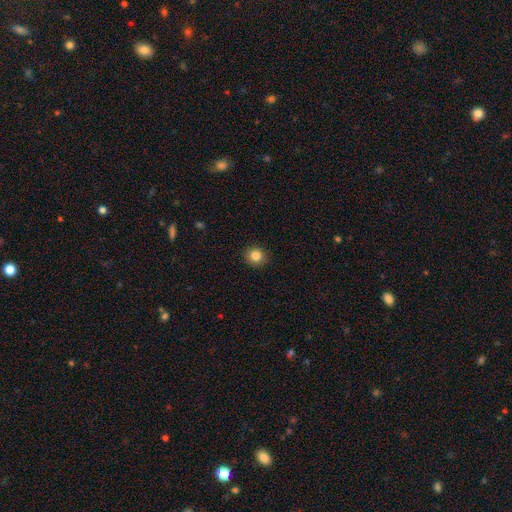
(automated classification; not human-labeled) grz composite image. It shows a smooth galaxy with no disk features (84%) that is round (90%). Merging: none (91%).